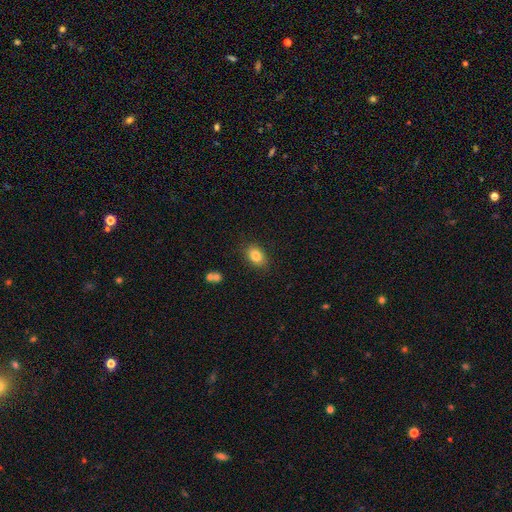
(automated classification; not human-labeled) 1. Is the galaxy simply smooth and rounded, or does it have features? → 83% smooth, 9% star or artifact, 8% featured or disk.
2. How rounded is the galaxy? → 79% in between, 20% round, 1% cigar-shaped.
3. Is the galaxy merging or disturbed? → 85% none, 11% minor disturbance, 3% major disturbance, 2% merger.